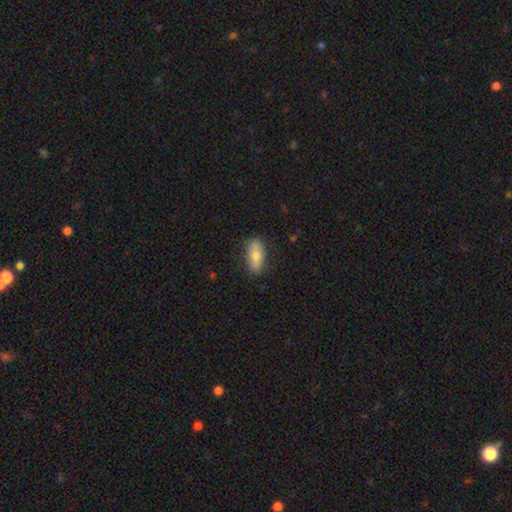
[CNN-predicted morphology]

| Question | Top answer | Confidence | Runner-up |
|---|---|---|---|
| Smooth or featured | smooth | 72% | featured or disk (21%) |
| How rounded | in between | 84% | cigar-shaped (13%) |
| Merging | none | 82% | minor disturbance (14%) |